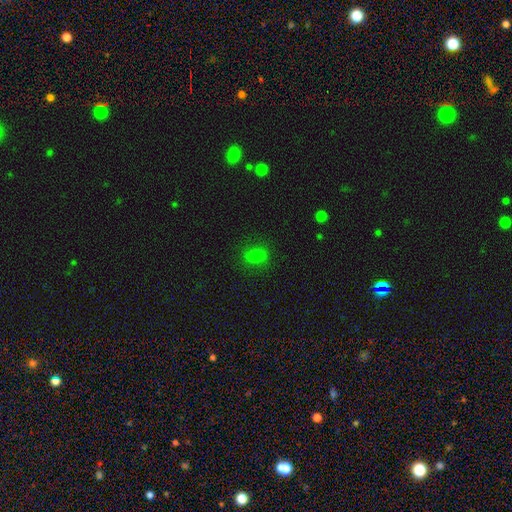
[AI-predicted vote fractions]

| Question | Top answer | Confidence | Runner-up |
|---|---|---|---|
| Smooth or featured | smooth | 78% | star or artifact (15%) |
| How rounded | in between | 68% | round (29%) |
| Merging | none | 82% | minor disturbance (13%) |